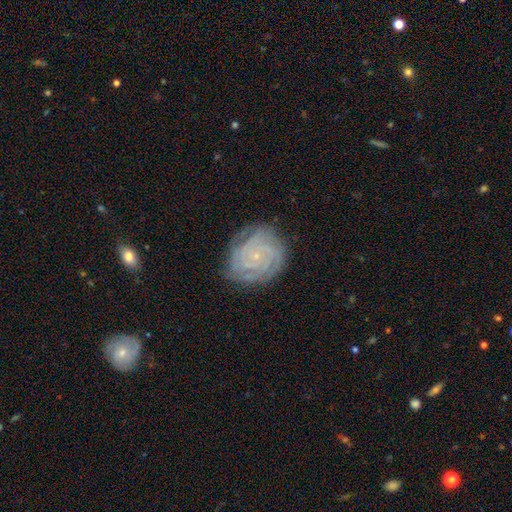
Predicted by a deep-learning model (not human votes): This appears to be a featured or disk galaxy (83%) with no bar (78%), 4 (25%) tight (82%) spiral arms (97%) and a small central bulge (87%). Merging: none (79%).